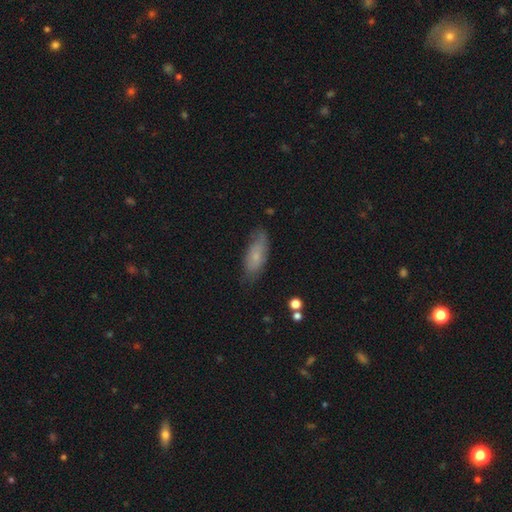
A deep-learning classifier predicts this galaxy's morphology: smooth 67%, featured or disk 26%, star or artifact 8%. Down the decision tree: how rounded — in between (71%); merging — none (71%).